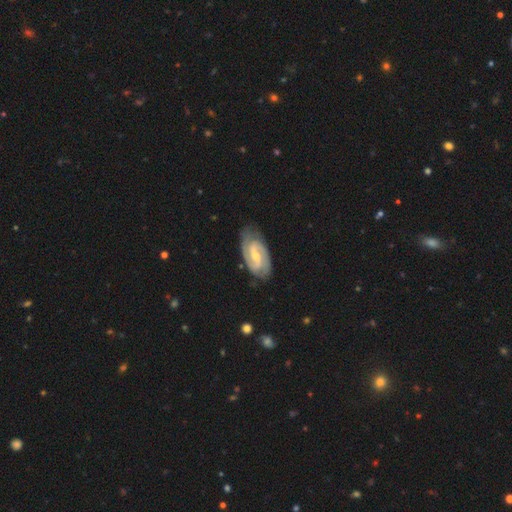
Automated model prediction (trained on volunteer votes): featured or disk 89%, smooth 7%, star or artifact 4%. Down the decision tree: edge-on disk — no (97%); bar — weak (54%); spiral arms — yes (98%); spiral arm count — 2 (83%); spiral winding — medium (45%, tied with tight); bulge size — small (48%); merging — none (78%).